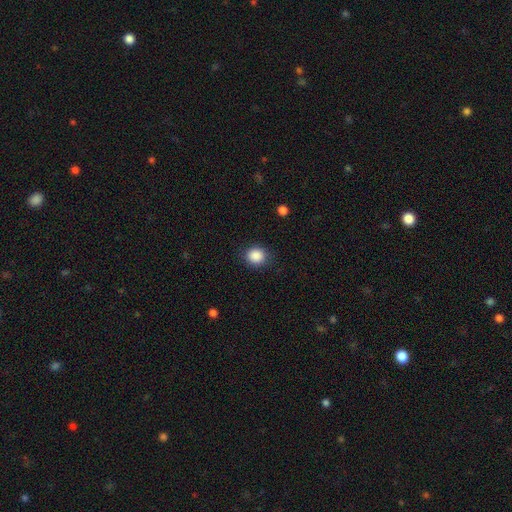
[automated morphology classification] Q: Smooth or featured?
A: smooth (88%); runner-up: star or artifact (9%)
Q: How rounded?
A: round (77%); runner-up: in between (22%)
Q: Merging?
A: none (87%); runner-up: minor disturbance (9%)